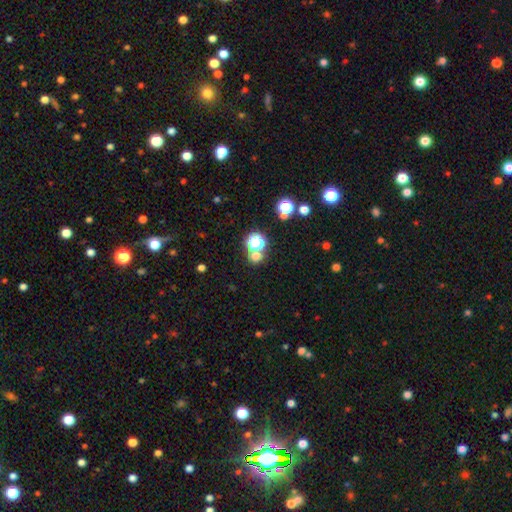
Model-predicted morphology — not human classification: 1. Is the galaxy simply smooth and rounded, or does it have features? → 60% smooth, 32% star or artifact, 8% featured or disk.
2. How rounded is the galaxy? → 82% round, 17% in between, 1% cigar-shaped.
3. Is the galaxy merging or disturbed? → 61% none, 27% merger, 7% minor disturbance, 4% major disturbance.